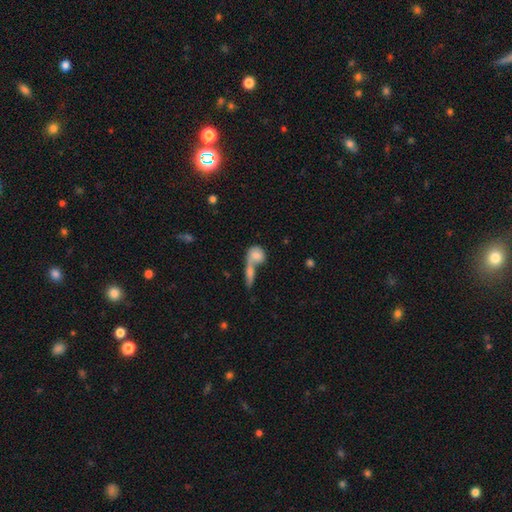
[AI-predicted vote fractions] smooth-or-featured: smooth: 72% | featured or disk: 20% | star or artifact: 8%
  how-rounded: round: 54% | in between: 39% | cigar-shaped: 8%
  merging: merger: 62% | none: 25% | minor disturbance: 7% | major disturbance: 6%